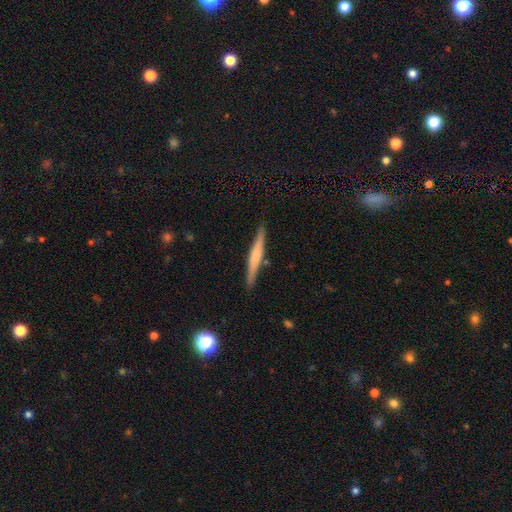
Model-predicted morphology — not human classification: A featured or disk galaxy (49%).

Vote fractions:
- Smooth or featured? featured or disk: 49% / smooth: 45% / star or artifact: 6%
- Merging? none: 87% / minor disturbance: 9% / merger: 2% / major disturbance: 2%